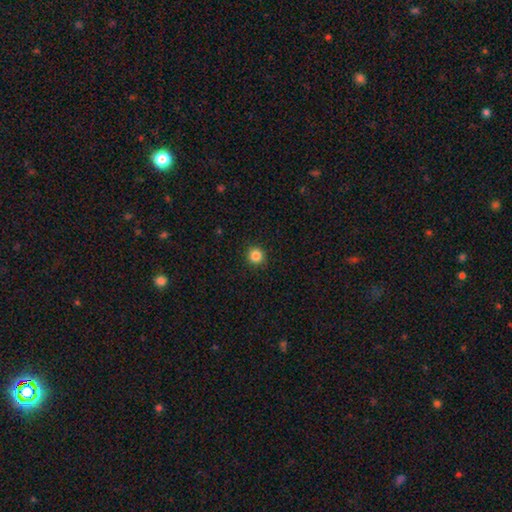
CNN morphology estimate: This is clearly a smooth galaxy (85%). How rounded: clearly round (94%). Merging: clearly none (92%).